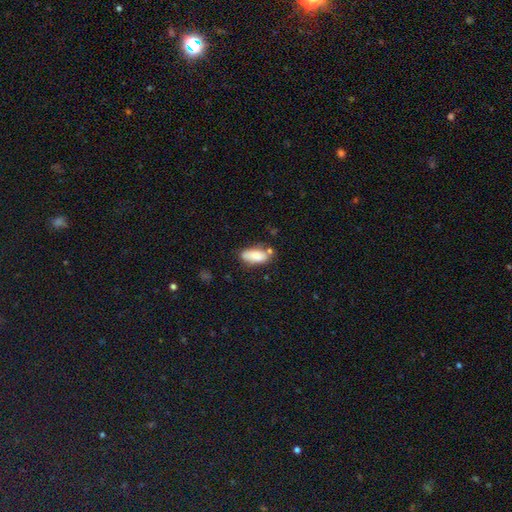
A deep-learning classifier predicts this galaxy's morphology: smooth 82%, featured or disk 12%, star or artifact 7%. Down the decision tree: how rounded — in between (86%); merging — none (64%).